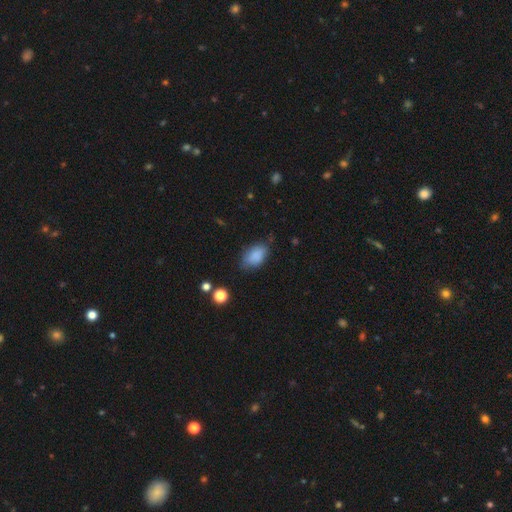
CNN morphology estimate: Smooth or featured: smooth — 85% (star or artifact — 8%)
How rounded: in between — 89% (round — 9%)
Merging: none — 67% (minor disturbance — 25%)